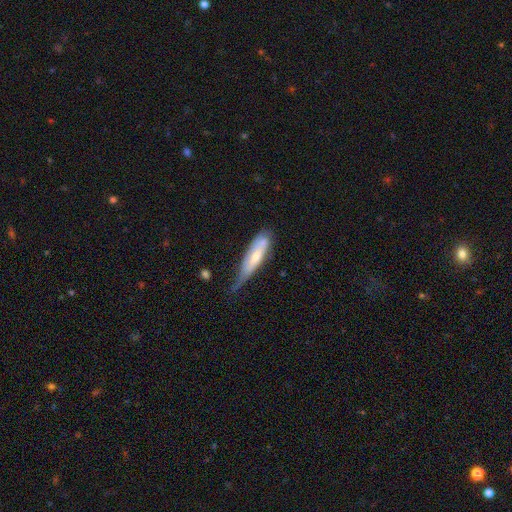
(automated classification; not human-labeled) smooth 56%, featured or disk 39%, star or artifact 6%. Down the decision tree: how rounded — cigar-shaped (66%); merging — minor disturbance (43%).